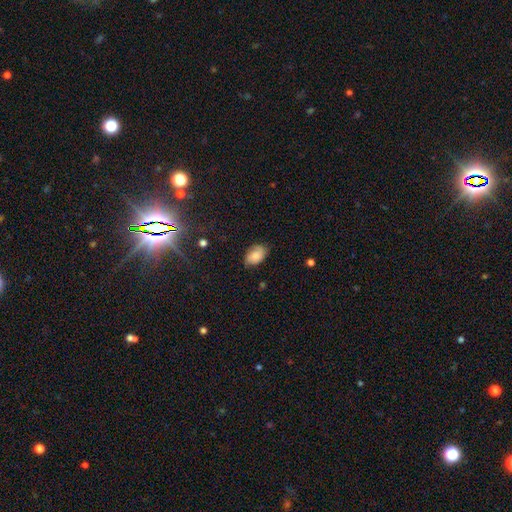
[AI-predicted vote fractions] Smooth or featured?
  - smooth: 75% *
  - featured or disk: 16%
  - star or artifact: 8%
How rounded?
  - in between: 89% *
  - round: 10%
  - cigar-shaped: 1%
Merging?
  - none: 71% *
  - minor disturbance: 23%
  - major disturbance: 5%
  - merger: 1%